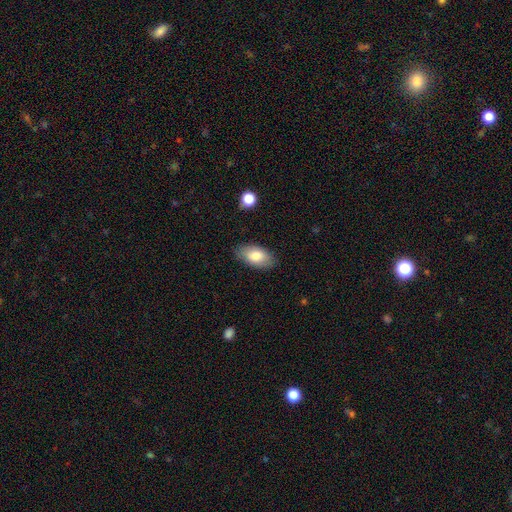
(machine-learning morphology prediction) Smooth or featured? smooth (79%)
How rounded? in between (93%)
Merging? none (84%)